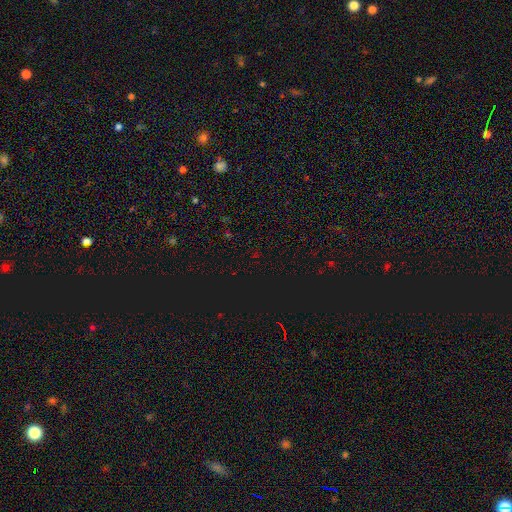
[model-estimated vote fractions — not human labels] smooth-or-featured: star or artifact: 76% | smooth: 17% | featured or disk: 7%